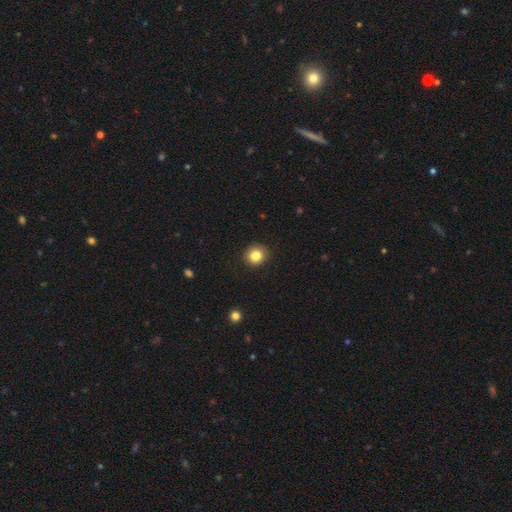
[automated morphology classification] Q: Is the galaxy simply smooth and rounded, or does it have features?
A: smooth — 84%.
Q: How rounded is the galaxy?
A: round — 86%.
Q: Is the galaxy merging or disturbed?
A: none — 91%.